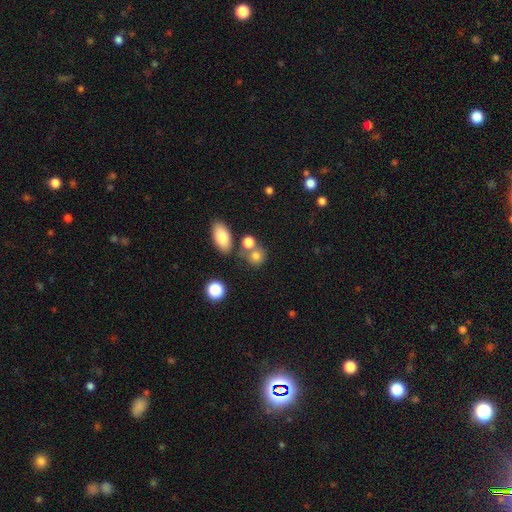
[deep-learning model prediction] smooth 78%, star or artifact 12%, featured or disk 10%. Down the decision tree: how rounded — round (73%); merging — none (56%).